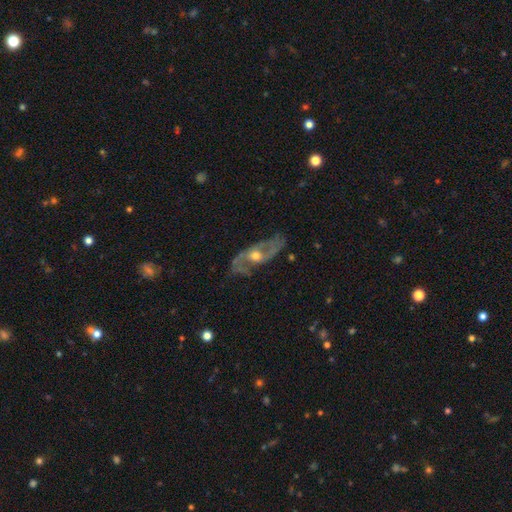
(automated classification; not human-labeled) This appears to be a featured or disk galaxy (79%) with no bar (66%), 2 (75%) medium (42%) spiral arms (82%) and a moderate central bulge (70%). Merging: none (62%).